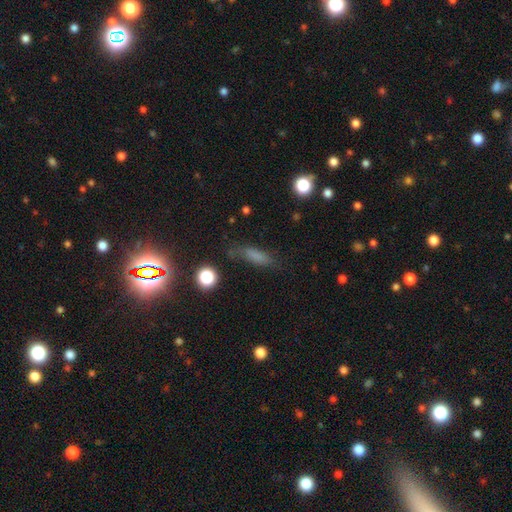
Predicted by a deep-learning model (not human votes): This appears to be a smooth galaxy with no disk features (70%) that is cigar-shaped (51%). Merging: none (68%).